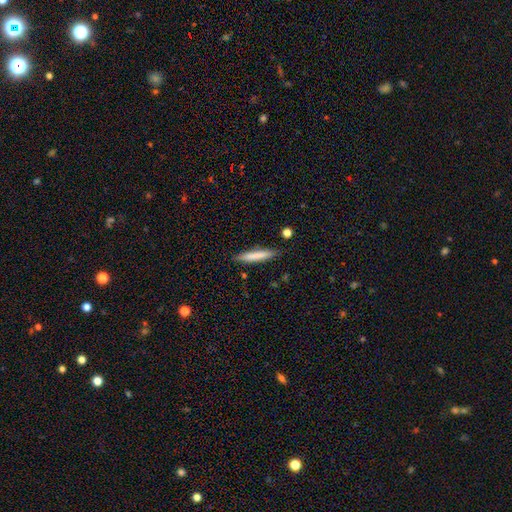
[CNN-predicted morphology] The model was most divided on "smooth or featured": smooth: 76%, featured or disk: 18%, star or artifact: 6%. More confident: how rounded — cigar-shaped (92%); merging — none (86%).